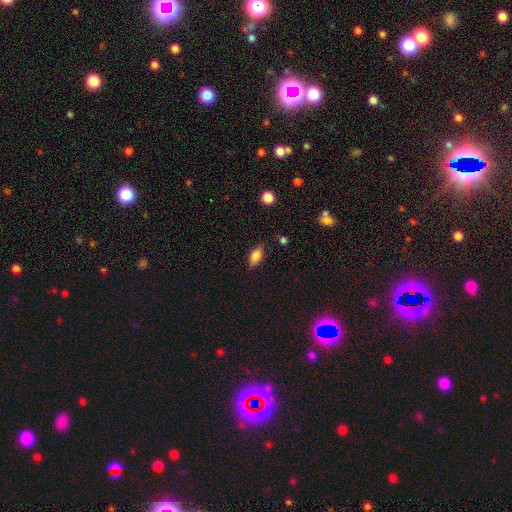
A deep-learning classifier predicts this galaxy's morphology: Smooth or featured? smooth (82%)
How rounded? in between (87%)
Merging? none (79%)